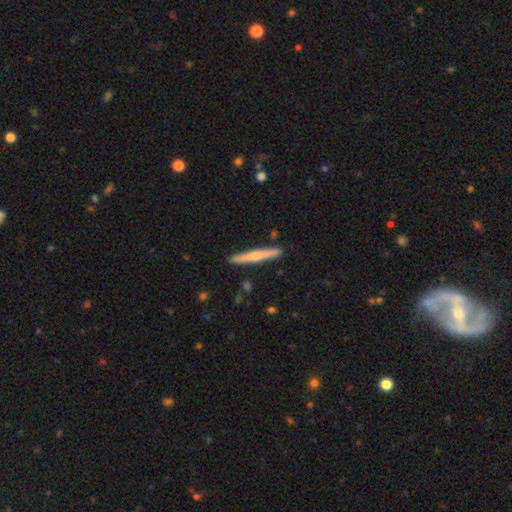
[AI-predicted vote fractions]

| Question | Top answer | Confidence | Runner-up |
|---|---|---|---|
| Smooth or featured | featured or disk | 49% | smooth (45%) |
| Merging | none | 90% | minor disturbance (7%) |